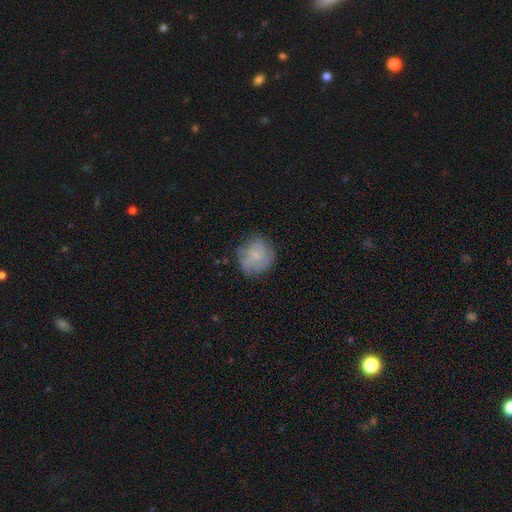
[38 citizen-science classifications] A smooth galaxy with no disk features (76%) that is round (86%).

Vote fractions:
- Smooth or featured? smooth: 76% / featured or disk: 16% / star or artifact: 8%
- How rounded? round: 86% / in between: 14% / cigar-shaped: 0%
- Merging? none: 54% / minor disturbance: 31% / major disturbance: 11% / merger: 3%